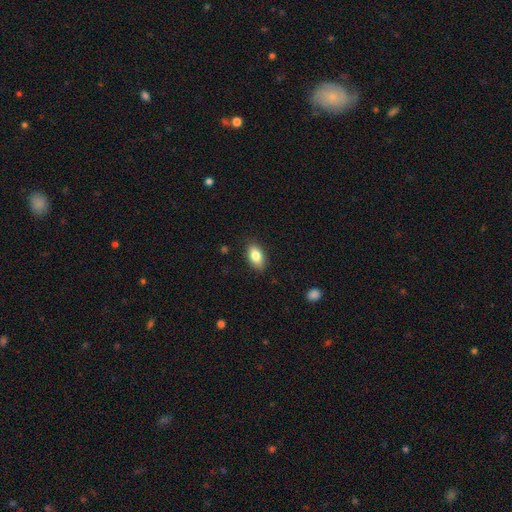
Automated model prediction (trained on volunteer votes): Q: Smooth or featured?
A: smooth (82%); runner-up: featured or disk (10%)
Q: How rounded?
A: in between (89%); runner-up: round (7%)
Q: Merging?
A: none (86%); runner-up: minor disturbance (11%)